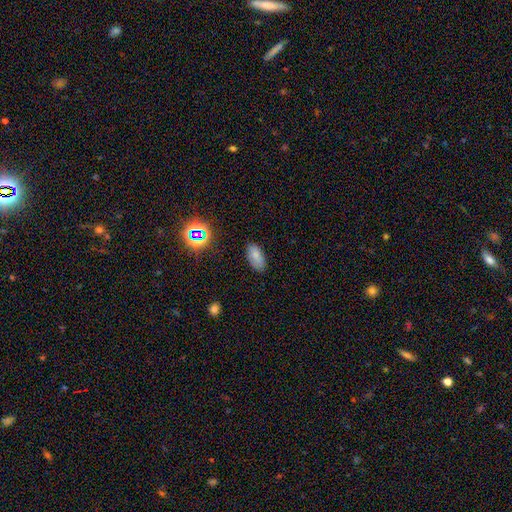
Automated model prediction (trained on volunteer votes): Smooth or featured?
  - smooth: 75% *
  - star or artifact: 14%
  - featured or disk: 10%
How rounded?
  - in between: 92% *
  - cigar-shaped: 4%
  - round: 4%
Merging?
  - none: 79% *
  - minor disturbance: 16%
  - major disturbance: 4%
  - merger: 2%